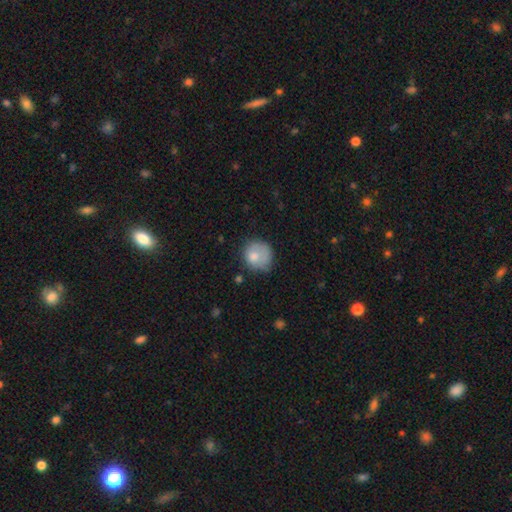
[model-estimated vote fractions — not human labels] A smooth galaxy with no disk features (76%) that is round (80%).

Vote fractions:
- Smooth or featured? smooth: 76% / featured or disk: 16% / star or artifact: 8%
- How rounded? round: 80% / in between: 19% / cigar-shaped: 1%
- Merging? none: 50% / minor disturbance: 31% / major disturbance: 16% / merger: 4%